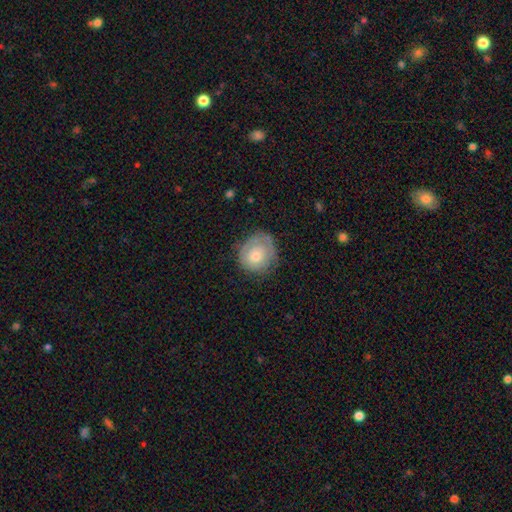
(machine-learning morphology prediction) smooth_or_featured: smooth (p=0.55) [alt: featured or disk p=0.37]
how_rounded: round (p=0.82) [alt: in between p=0.17]
merging: none (p=0.68) [alt: minor disturbance p=0.23]